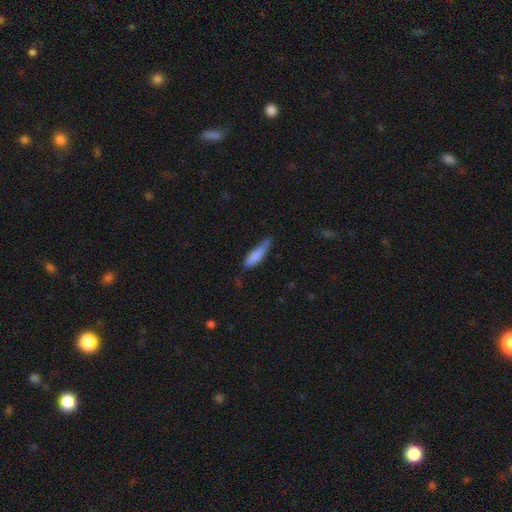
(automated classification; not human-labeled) Q: Smooth or featured?
A: smooth (80%); runner-up: featured or disk (14%)
Q: How rounded?
A: cigar-shaped (72%); runner-up: in between (26%)
Q: Merging?
A: none (47%); runner-up: minor disturbance (41%)